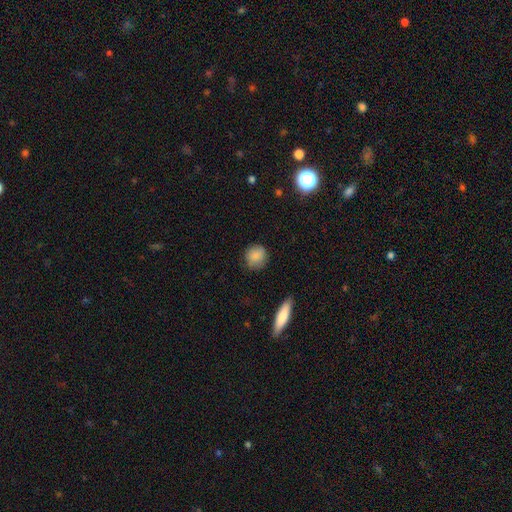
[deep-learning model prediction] Smooth or featured? smooth (87%)
How rounded? round (86%)
Merging? none (81%)